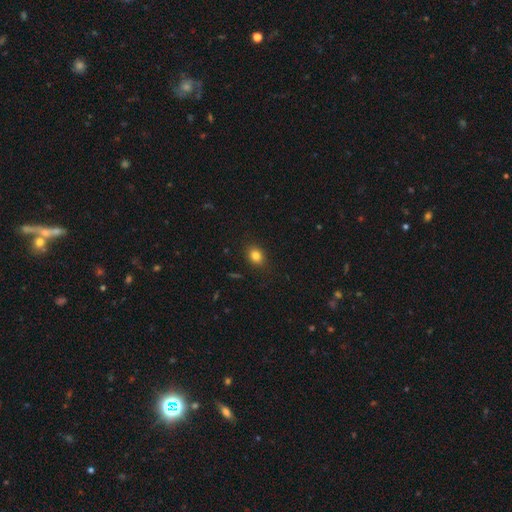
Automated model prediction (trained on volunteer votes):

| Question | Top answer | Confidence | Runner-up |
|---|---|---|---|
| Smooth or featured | smooth | 82% | star or artifact (11%) |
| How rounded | in between | 58% | round (41%) |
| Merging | none | 87% | minor disturbance (10%) |